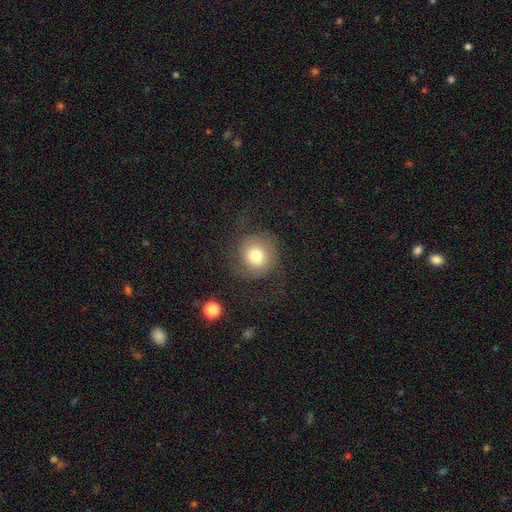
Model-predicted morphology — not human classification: smooth-or-featured: smooth: 72% | featured or disk: 17% | star or artifact: 11%
  how-rounded: round: 90% | in between: 9% | cigar-shaped: 1%
  merging: none: 69% | major disturbance: 15% | minor disturbance: 14% | merger: 2%